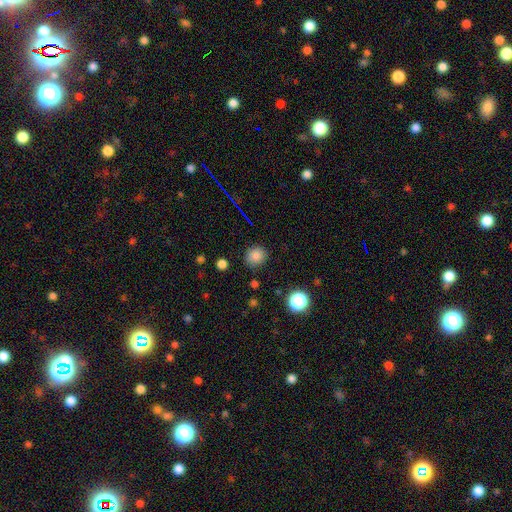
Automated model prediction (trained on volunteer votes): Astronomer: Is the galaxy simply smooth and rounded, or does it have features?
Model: smooth — 82%.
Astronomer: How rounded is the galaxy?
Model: round — 80%.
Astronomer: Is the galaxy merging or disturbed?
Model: none — 86%.